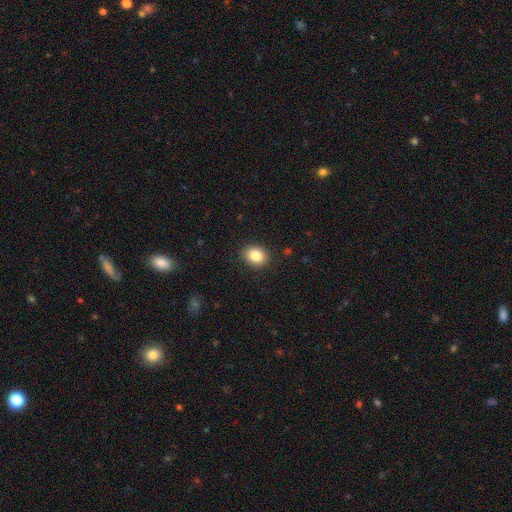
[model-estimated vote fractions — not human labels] A smooth galaxy with no disk features (84%) that is round (50%). Merging: none (89%).